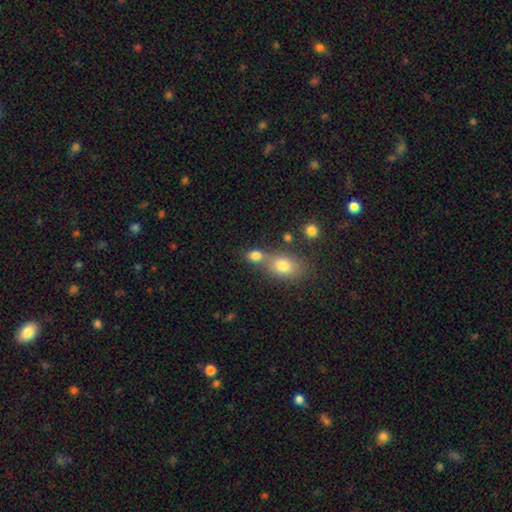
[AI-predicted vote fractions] Morphology: type=smooth (79%); roundness=in between (58%); merging=merger (46%).